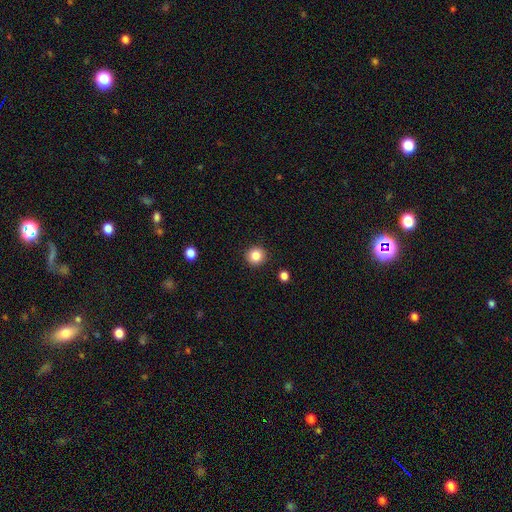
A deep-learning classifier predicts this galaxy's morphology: smooth-or-featured: smooth: 84% | star or artifact: 11% | featured or disk: 5%
  how-rounded: round: 93% | in between: 6% | cigar-shaped: 1%
  merging: none: 91% | minor disturbance: 5% | major disturbance: 2% | merger: 1%